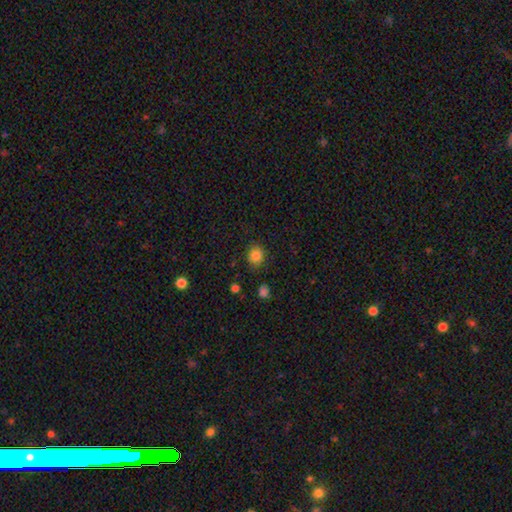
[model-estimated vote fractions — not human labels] A smooth galaxy with no disk features (84%) that is round (77%). Merging: none (85%).